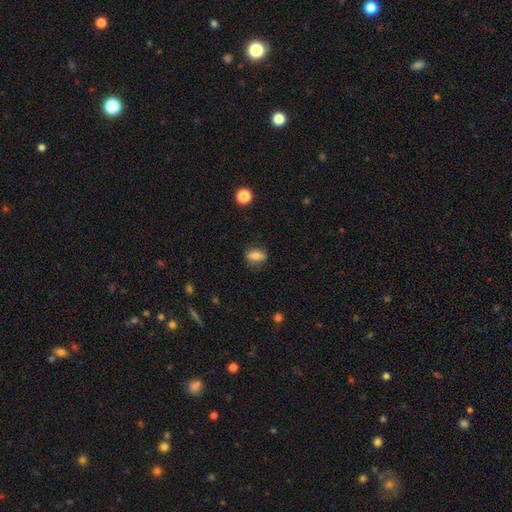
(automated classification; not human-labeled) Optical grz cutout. It shows a smooth galaxy with no disk features (74%) that is in between round and cigar-shaped (74%). Merging: none (80%).